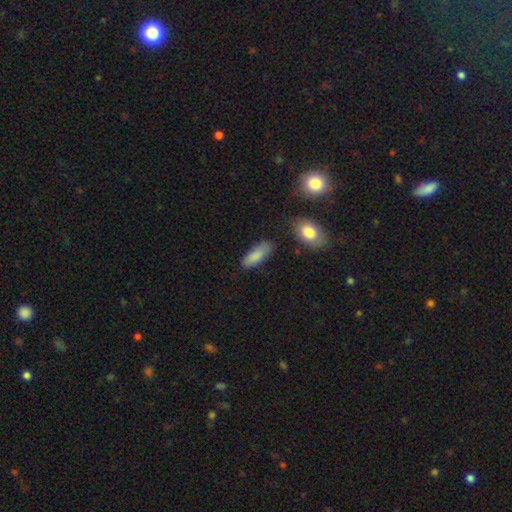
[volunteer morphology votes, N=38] Smooth or featured: smooth — 97% (featured or disk — 3%)
How rounded: in between — 68% (cigar-shaped — 30%)
Merging: none — 66% (minor disturbance — 24%)